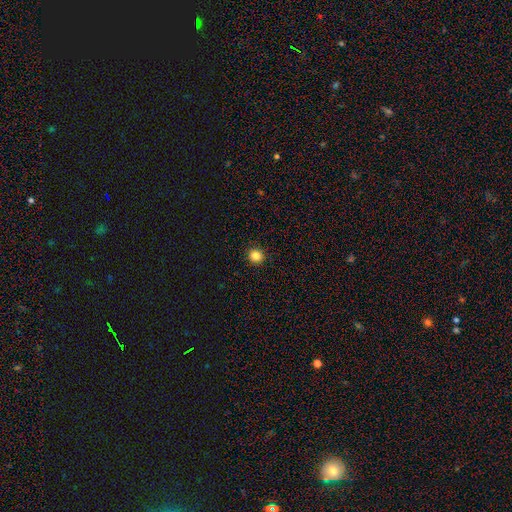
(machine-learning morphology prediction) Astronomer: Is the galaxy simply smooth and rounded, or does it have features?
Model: smooth — 83%.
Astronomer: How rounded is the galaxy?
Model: round — 94%.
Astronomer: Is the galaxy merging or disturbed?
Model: none — 93%.